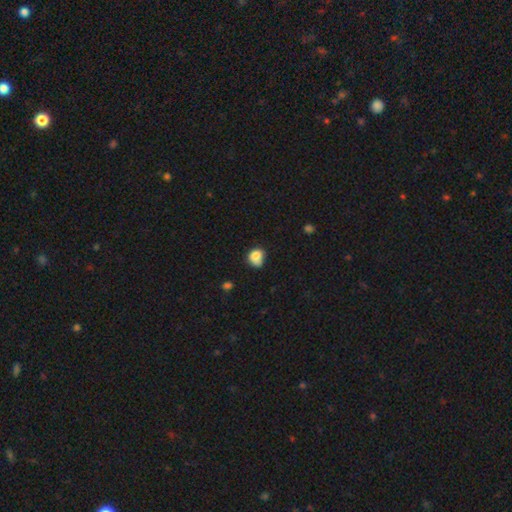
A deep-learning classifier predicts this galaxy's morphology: smooth-or-featured: smooth: 80% | star or artifact: 10% | featured or disk: 10%
  how-rounded: round: 63% | in between: 36% | cigar-shaped: 1%
  merging: none: 44% | minor disturbance: 34% | major disturbance: 12% | merger: 10%